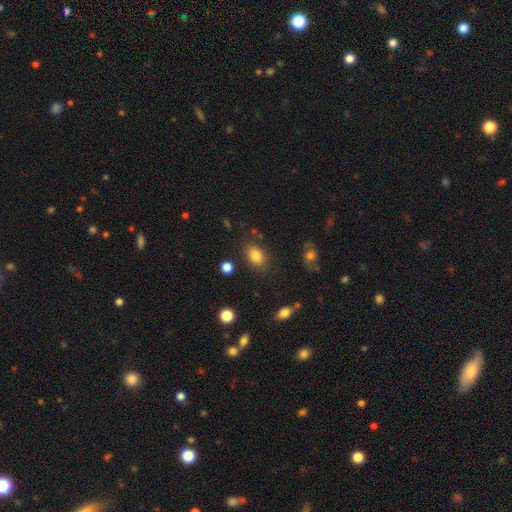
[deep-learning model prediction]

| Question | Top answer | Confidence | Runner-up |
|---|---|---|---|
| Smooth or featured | smooth | 83% | star or artifact (9%) |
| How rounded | in between | 84% | round (14%) |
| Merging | none | 81% | minor disturbance (12%) |